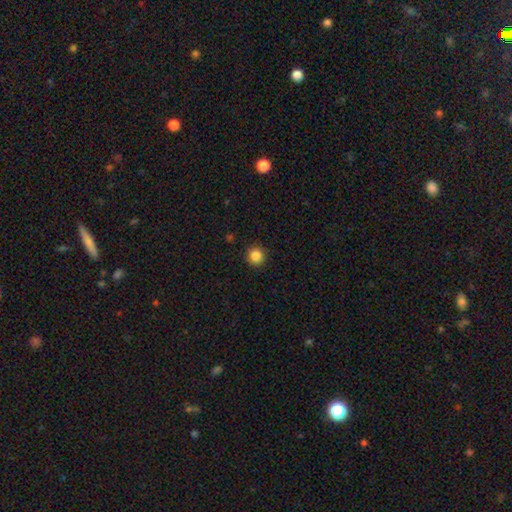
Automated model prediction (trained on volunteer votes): This is clearly a smooth galaxy (86%). How rounded: clearly round (94%). Merging: clearly none (91%).